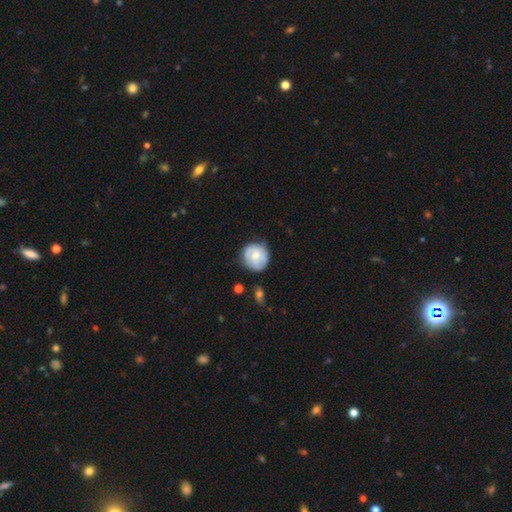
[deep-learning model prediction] Smooth or featured? smooth (51%)
How rounded? round (85%)
Merging? none (67%)